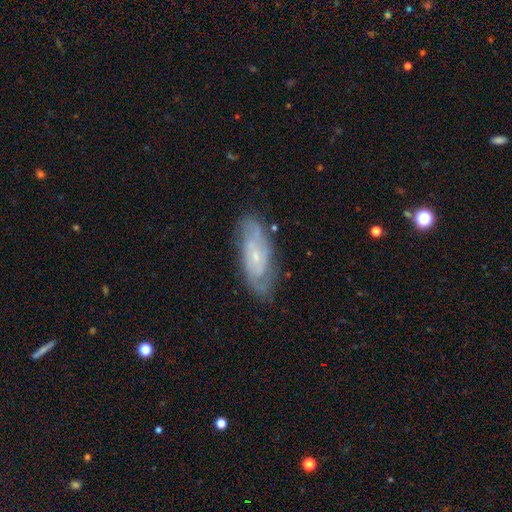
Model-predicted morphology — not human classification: smooth-or-featured: featured or disk: 76% | smooth: 18% | star or artifact: 7%
  disk-edge-on: no: 88% | yes: 12%
    bar: no: 65% | weak: 29% | strong: 6%
    has-spiral-arms: yes: 88% | no: 12%
      spiral-winding: tight: 52% | medium: 37% | loose: 12%
      spiral-arm-count: 2: 48% | can't tell: 35% | 3: 8% | 4: 3% | 1: 3% | more than 4: 3%
    bulge-size: small: 77% | moderate: 18% | none: 3% | large: 1% | dominant: 1%
  merging: none: 76% | minor disturbance: 17% | major disturbance: 5% | merger: 2%